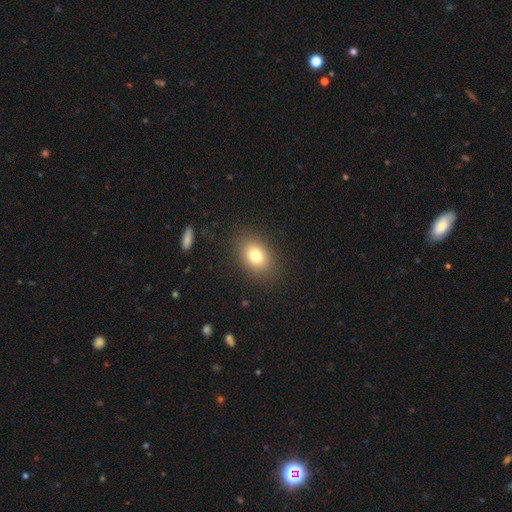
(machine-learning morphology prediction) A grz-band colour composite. It shows a smooth galaxy with no disk features (78%) that is in between round and cigar-shaped (71%). Merging: none (87%).